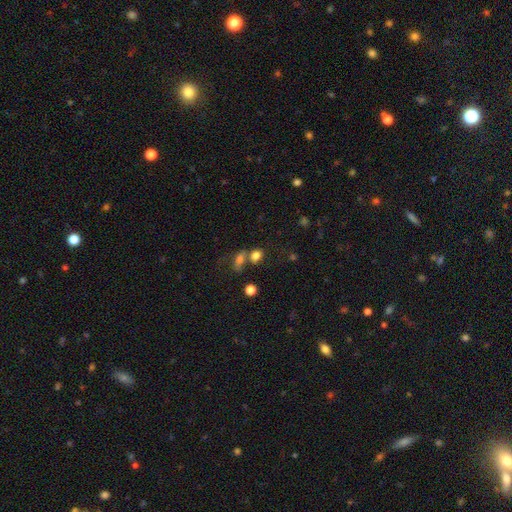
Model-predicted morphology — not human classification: This appears to be a smooth galaxy with no disk features (77%) that is in between round and cigar-shaped (49%). Merging: none (43%).